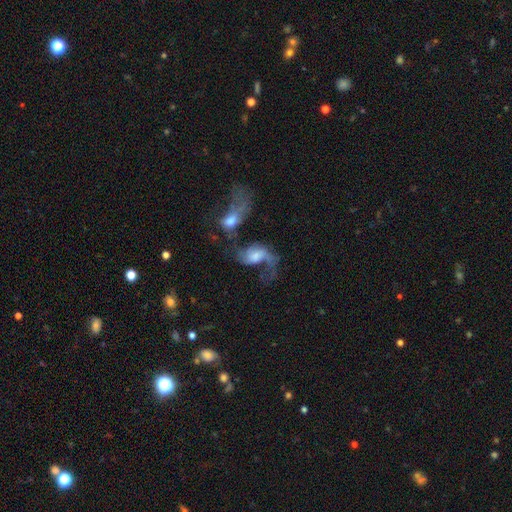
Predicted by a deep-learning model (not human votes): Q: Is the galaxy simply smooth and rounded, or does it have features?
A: featured or disk — 68%.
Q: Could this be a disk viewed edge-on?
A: no — 96%.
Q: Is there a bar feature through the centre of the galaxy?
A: no — 54%.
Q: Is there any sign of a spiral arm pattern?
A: yes — 84%.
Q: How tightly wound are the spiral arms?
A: loose — 78%.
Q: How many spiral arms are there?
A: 2 — 59%.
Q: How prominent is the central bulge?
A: moderate — 37%.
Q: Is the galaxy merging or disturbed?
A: merger — 42%.